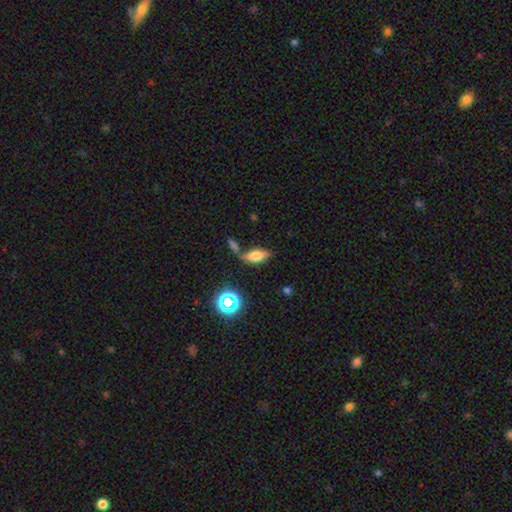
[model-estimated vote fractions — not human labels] This is likely a smooth galaxy (66%). How rounded: likely in between (75%). Merging: possibly none (57%).